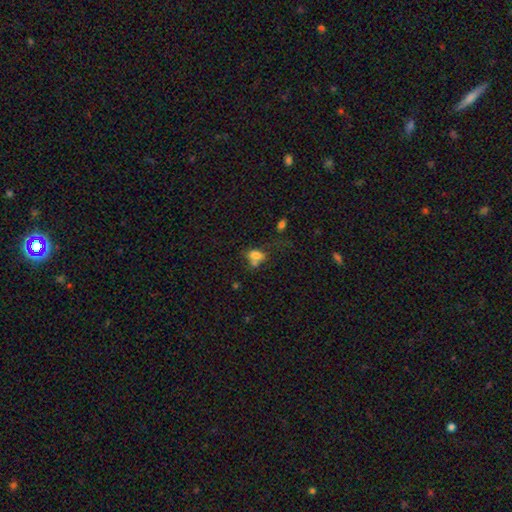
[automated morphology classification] Overall: smooth (73%). How rounded: in between (75%). Merging: none (34%, tied with merger).